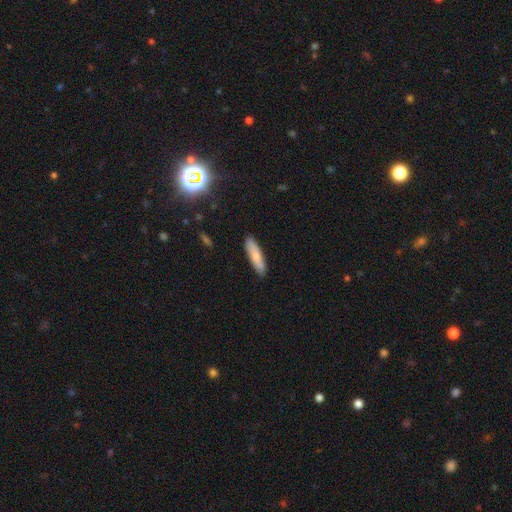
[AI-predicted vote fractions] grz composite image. It shows a smooth galaxy with no disk features (76%) that is cigar-shaped (72%). Merging: none (88%).